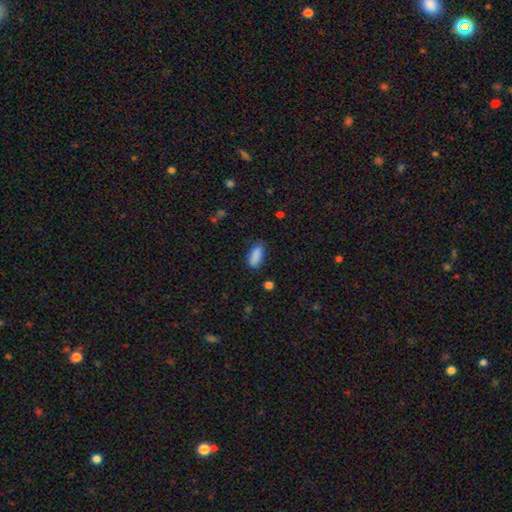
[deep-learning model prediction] Smooth or featured: smooth — 89% (star or artifact — 7%)
How rounded: in between — 83% (cigar-shaped — 15%)
Merging: none — 80% (minor disturbance — 15%)